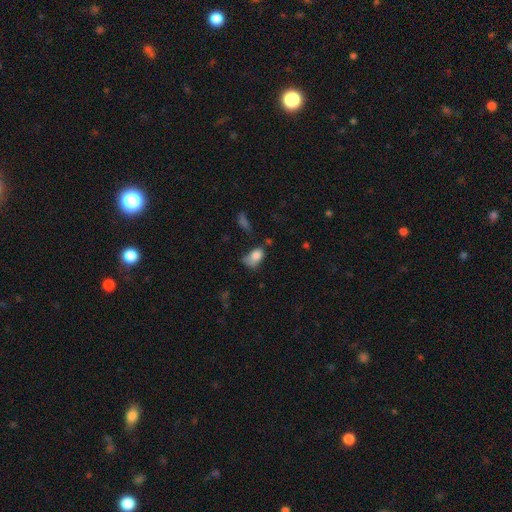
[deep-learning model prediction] Smooth or featured? Predicted: smooth (p=0.78). How rounded? Predicted: in between (p=0.82). Merging? Predicted: minor disturbance (p=0.34).